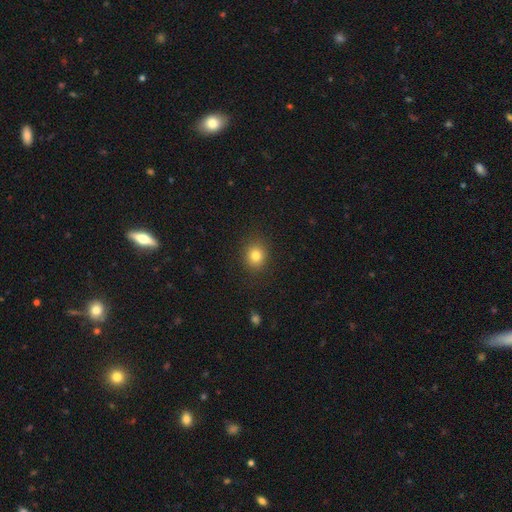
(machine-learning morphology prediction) This is clearly a smooth galaxy (81%). How rounded: likely round (77%). Merging: clearly none (89%).